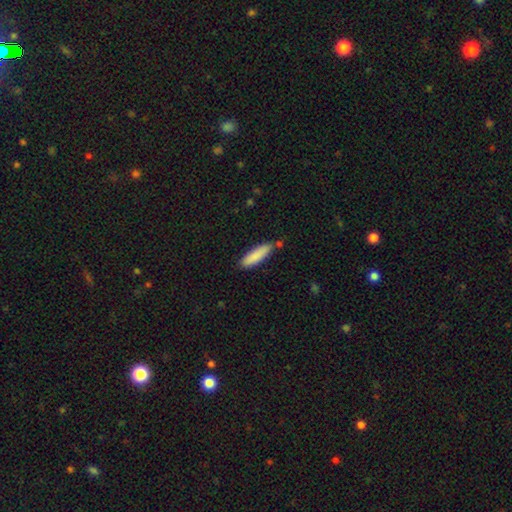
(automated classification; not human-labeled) Overall: smooth (87%). How rounded: cigar-shaped (66%; in between 33%). Merging: none (75%).